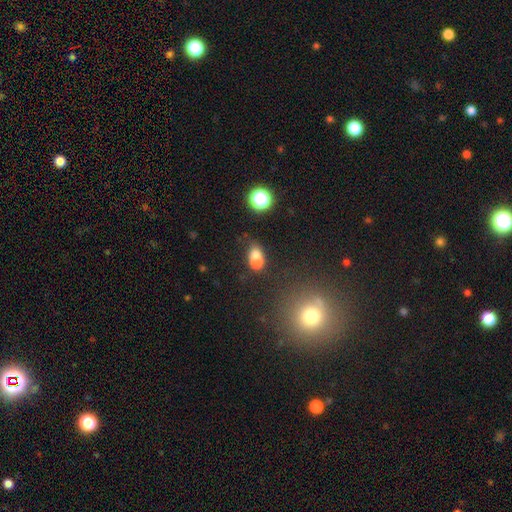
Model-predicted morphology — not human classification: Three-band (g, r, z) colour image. It shows a smooth galaxy with no disk features (70%) that is in between round and cigar-shaped (69%). Merging: merger (53%).